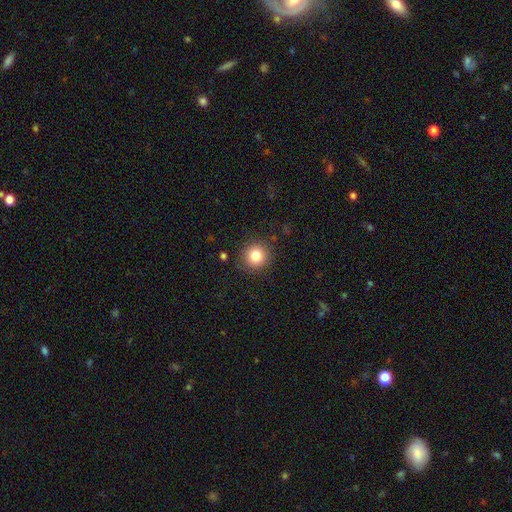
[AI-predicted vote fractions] Q: Smooth or featured?
A: smooth (83%); runner-up: star or artifact (11%)
Q: How rounded?
A: round (93%); runner-up: in between (6%)
Q: Merging?
A: none (89%); runner-up: minor disturbance (7%)